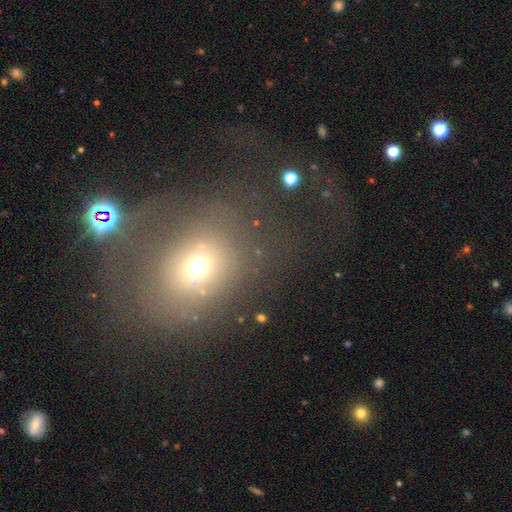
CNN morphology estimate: Overall: smooth (57%; featured or disk 22%). How rounded: round (57%; in between 41%). Merging: major disturbance (40%; none 37%).